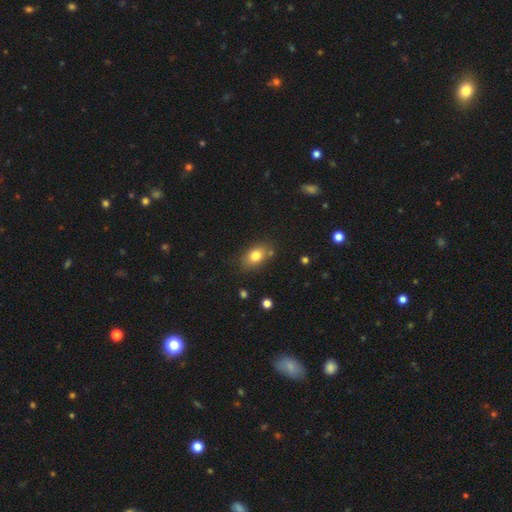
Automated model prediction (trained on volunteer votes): Q: Smooth or featured?
A: smooth (80%); runner-up: featured or disk (11%)
Q: How rounded?
A: in between (80%); runner-up: round (18%)
Q: Merging?
A: none (77%); runner-up: minor disturbance (15%)